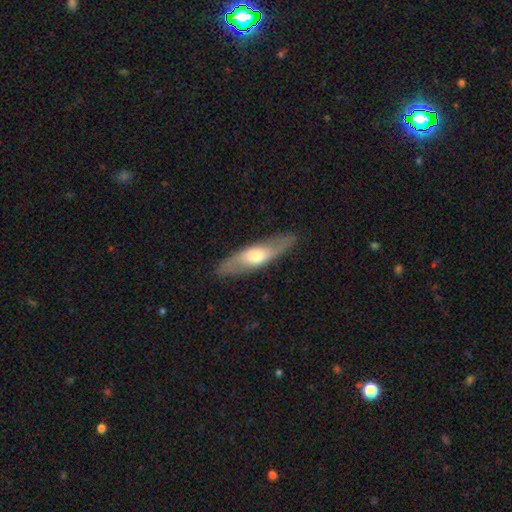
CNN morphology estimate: The model was most divided on "smooth or featured": featured or disk: 48%, smooth: 47%, star or artifact: 5%. More confident: merging — none (86%).